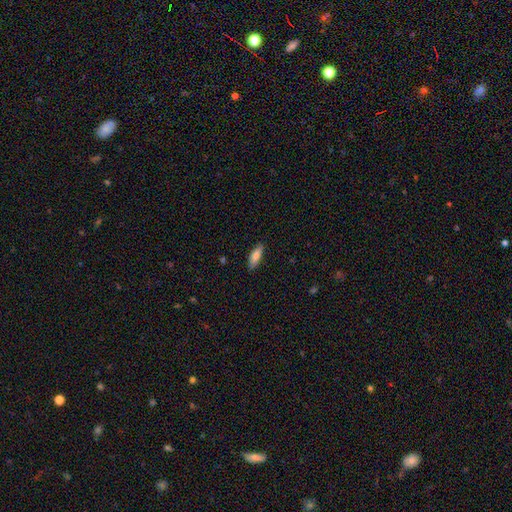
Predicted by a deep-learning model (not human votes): smooth_or_featured: smooth (p=0.76) [alt: featured or disk p=0.18]
how_rounded: in between (p=0.61) [alt: cigar-shaped p=0.37]
merging: none (p=0.87) [alt: minor disturbance p=0.10]